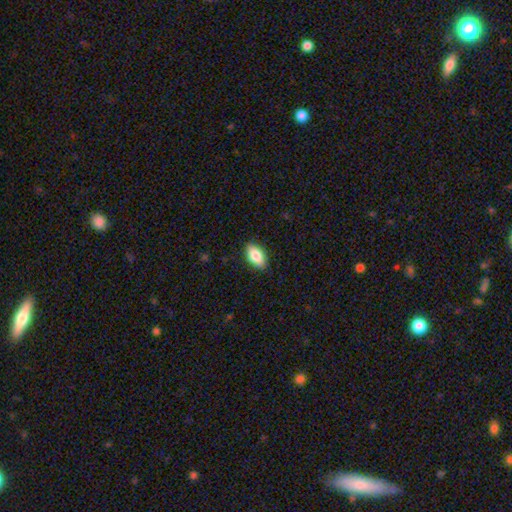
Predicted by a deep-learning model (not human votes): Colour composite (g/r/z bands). It shows a smooth galaxy with no disk features (83%) that is in between round and cigar-shaped (91%). Merging: none (88%).